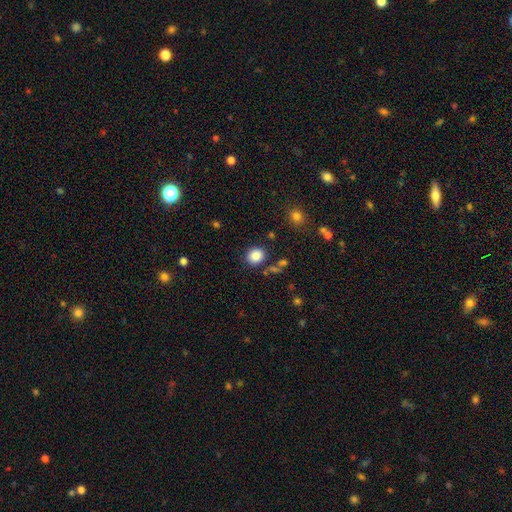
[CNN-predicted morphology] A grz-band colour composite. It shows a smooth galaxy with no disk features (85%) that is round (74%). Merging: none (82%).